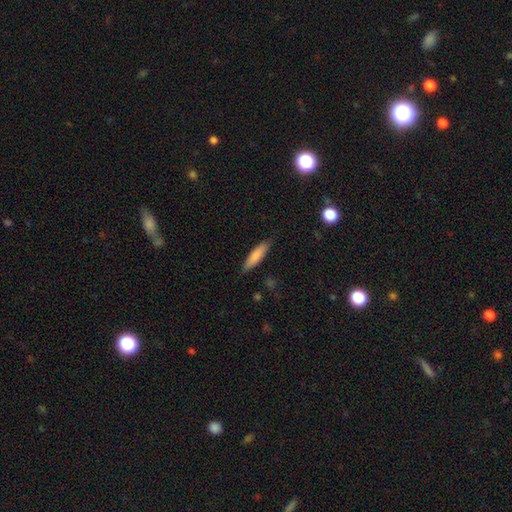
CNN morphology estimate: Smooth or featured?
  - smooth: 82% *
  - featured or disk: 12%
  - star or artifact: 6%
How rounded?
  - cigar-shaped: 73% *
  - in between: 26%
  - round: 1%
Merging?
  - none: 84% *
  - minor disturbance: 13%
  - major disturbance: 2%
  - merger: 1%